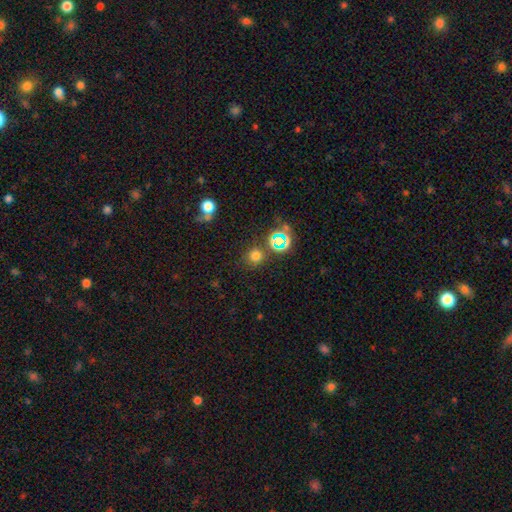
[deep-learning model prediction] This appears to be a smooth galaxy with no disk features (67%) that is round (91%). Merging: none (79%).